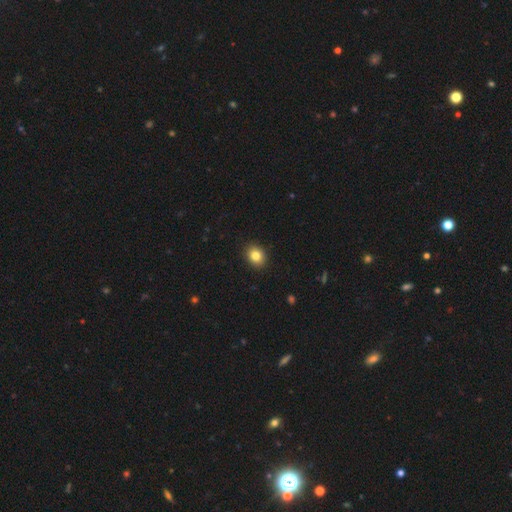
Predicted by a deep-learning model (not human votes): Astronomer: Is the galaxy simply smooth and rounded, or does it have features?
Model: smooth — 84%.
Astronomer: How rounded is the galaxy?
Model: round — 55% (runner-up: in between, 44%).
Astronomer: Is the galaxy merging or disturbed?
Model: none — 91%.